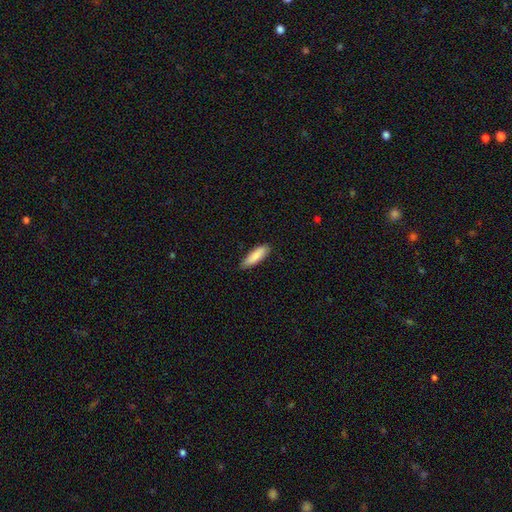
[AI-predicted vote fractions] smooth 87%, featured or disk 7%, star or artifact 6%. Down the decision tree: how rounded — cigar-shaped (56%); merging — none (80%).